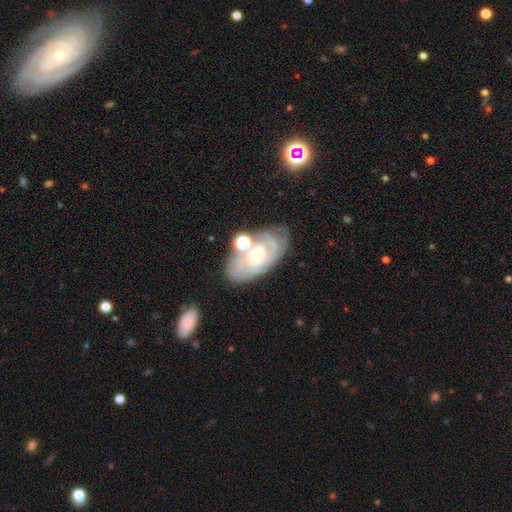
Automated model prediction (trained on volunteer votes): This appears to be a featured or disk galaxy (72%) with no bar (79%), tight (68%) spiral arms (81%) and a small central bulge (56%). Merging: none (58%).